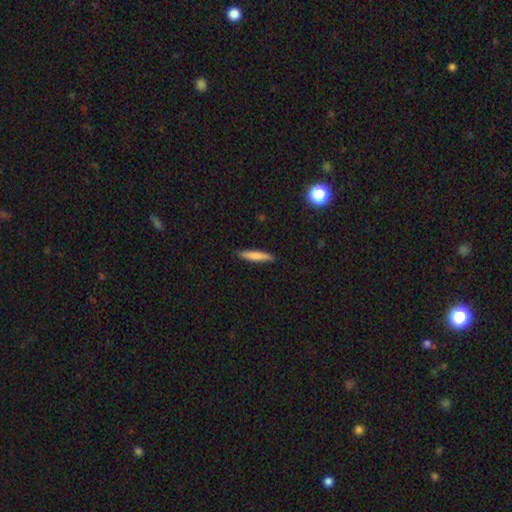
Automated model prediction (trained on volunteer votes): The model was most divided on "smooth or featured": smooth: 75%, featured or disk: 19%, star or artifact: 6%. More confident: how rounded — cigar-shaped (91%); merging — none (89%).